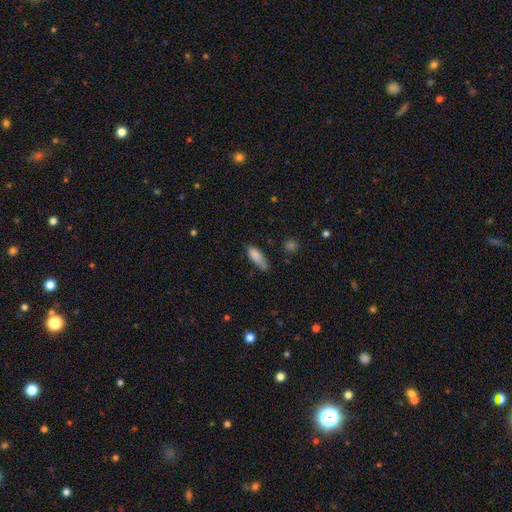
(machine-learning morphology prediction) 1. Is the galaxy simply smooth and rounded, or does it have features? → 84% smooth, 8% featured or disk, 8% star or artifact.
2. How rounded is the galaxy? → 57% in between, 40% cigar-shaped, 2% round.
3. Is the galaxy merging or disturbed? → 52% none, 35% minor disturbance, 9% major disturbance, 4% merger.